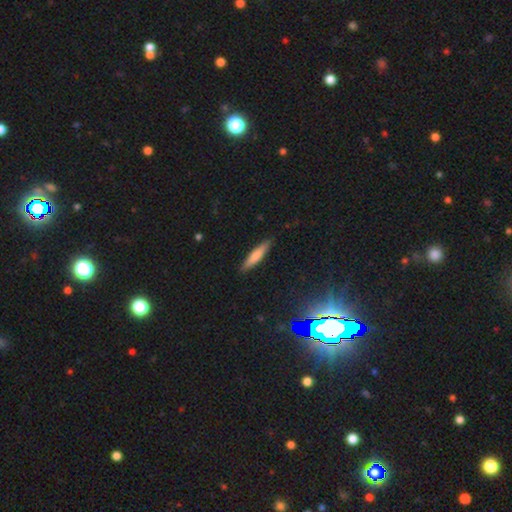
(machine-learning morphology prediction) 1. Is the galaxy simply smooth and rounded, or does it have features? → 71% smooth, 22% featured or disk, 7% star or artifact.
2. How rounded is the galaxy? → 85% cigar-shaped, 14% in between, 1% round.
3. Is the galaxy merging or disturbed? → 88% none, 9% minor disturbance, 2% major disturbance, 1% merger.